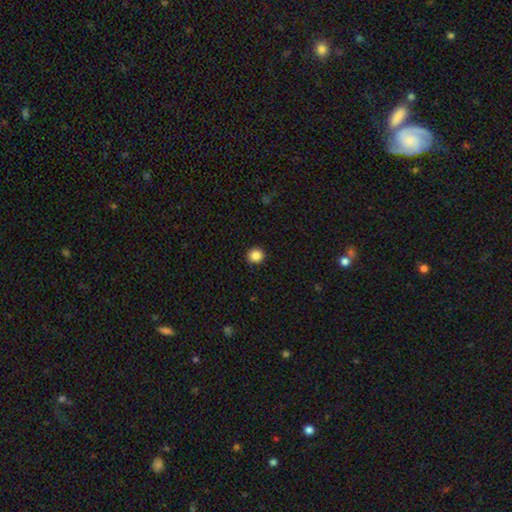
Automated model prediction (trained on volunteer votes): smooth_or_featured: smooth (p=0.86) [alt: star or artifact p=0.10]
how_rounded: round (p=0.95) [alt: in between p=0.04]
merging: none (p=0.93) [alt: minor disturbance p=0.04]